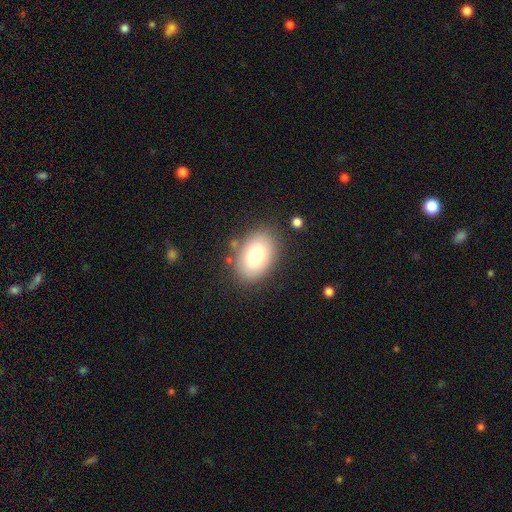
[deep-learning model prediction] smooth-or-featured: smooth: 78% | featured or disk: 14% | star or artifact: 8%
  how-rounded: in between: 87% | round: 12% | cigar-shaped: 1%
  merging: none: 82% | minor disturbance: 11% | major disturbance: 4% | merger: 3%